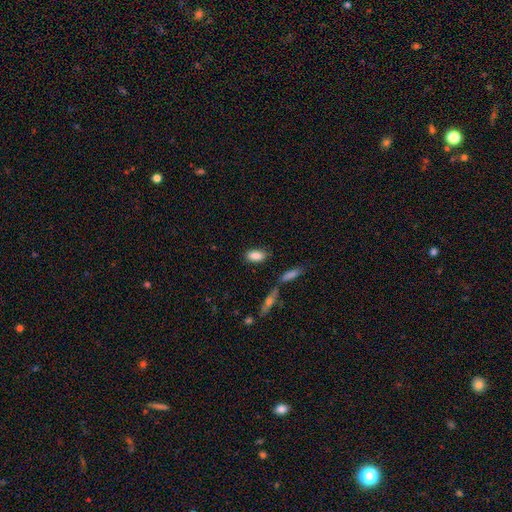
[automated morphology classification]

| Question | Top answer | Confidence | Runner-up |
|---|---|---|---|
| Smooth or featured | smooth | 86% | star or artifact (7%) |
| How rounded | in between | 89% | cigar-shaped (7%) |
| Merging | none | 79% | minor disturbance (13%) |